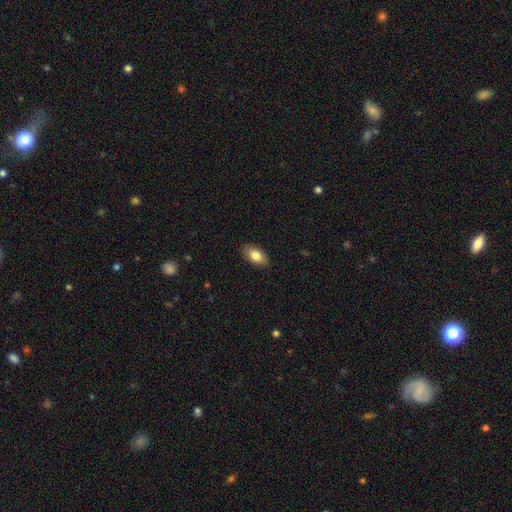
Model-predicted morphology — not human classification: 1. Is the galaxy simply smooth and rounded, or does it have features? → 82% smooth, 11% featured or disk, 7% star or artifact.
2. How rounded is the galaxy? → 91% in between, 5% round, 4% cigar-shaped.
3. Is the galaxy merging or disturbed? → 86% none, 11% minor disturbance, 2% major disturbance, 1% merger.